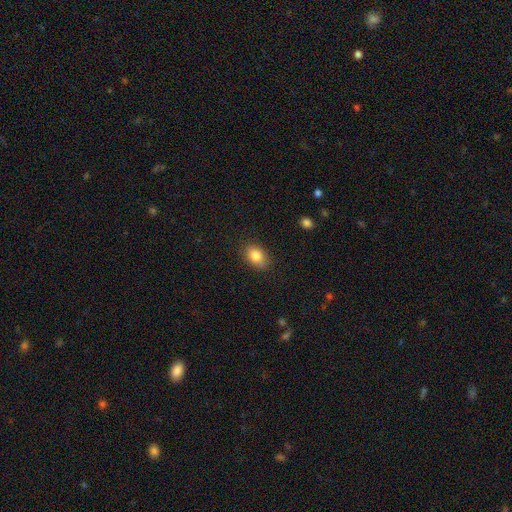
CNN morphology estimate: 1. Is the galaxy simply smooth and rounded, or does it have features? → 84% smooth, 8% star or artifact, 7% featured or disk.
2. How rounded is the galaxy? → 83% in between, 16% round, 1% cigar-shaped.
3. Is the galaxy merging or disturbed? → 85% none, 11% minor disturbance, 3% major disturbance, 1% merger.